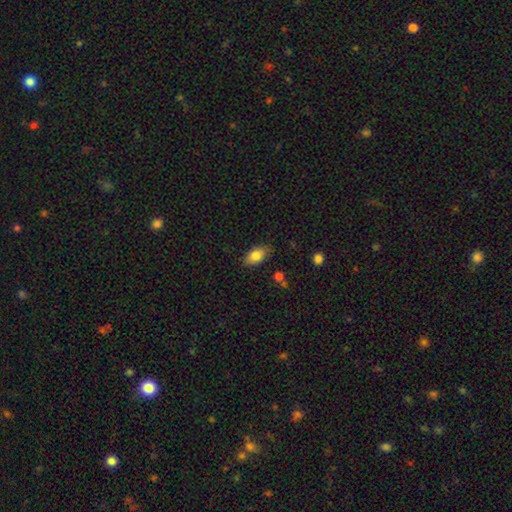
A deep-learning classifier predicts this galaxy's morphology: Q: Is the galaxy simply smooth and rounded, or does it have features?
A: smooth — 82%.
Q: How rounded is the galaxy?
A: in between — 90%.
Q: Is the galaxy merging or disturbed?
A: none — 81%.